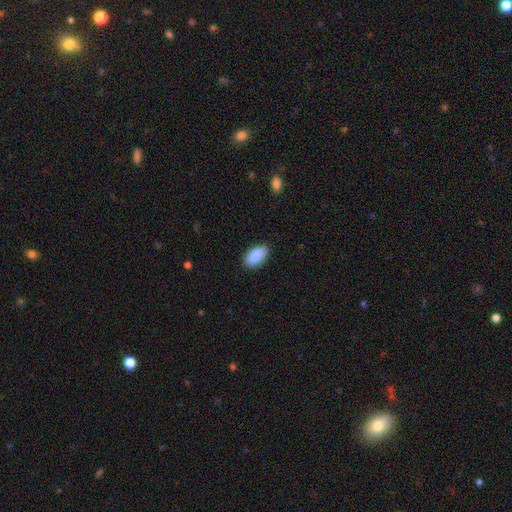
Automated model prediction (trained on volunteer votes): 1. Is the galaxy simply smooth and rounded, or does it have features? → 88% smooth, 6% star or artifact, 5% featured or disk.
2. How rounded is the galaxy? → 94% in between, 4% round, 2% cigar-shaped.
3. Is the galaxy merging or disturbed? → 85% none, 12% minor disturbance, 2% major disturbance, 1% merger.